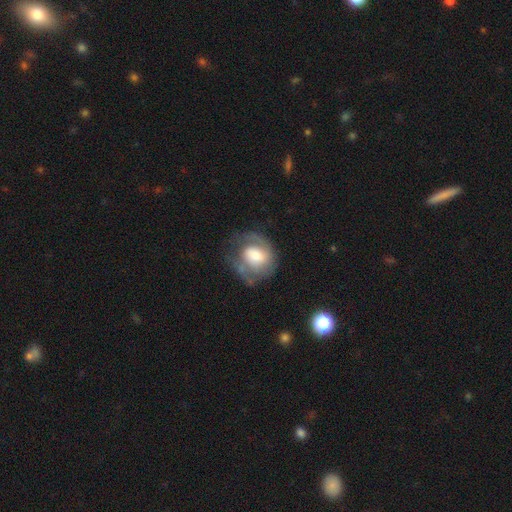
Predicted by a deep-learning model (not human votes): Smooth or featured? Predicted: featured or disk (p=0.59). Edge-on disk? Predicted: no (p=0.97). Bar? Predicted: no (p=0.57). Spiral arms? Predicted: yes (p=0.80). Bulge size? Predicted: moderate (p=0.46). Merging? Predicted: none (p=0.55).